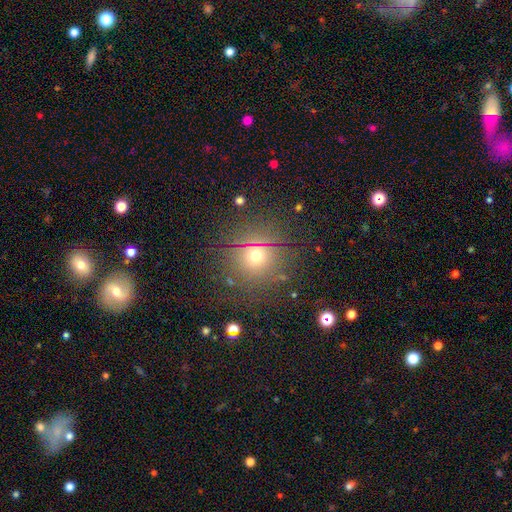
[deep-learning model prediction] smooth 63%, star or artifact 26%, featured or disk 11%. Down the decision tree: how rounded — round (90%); merging — none (83%).